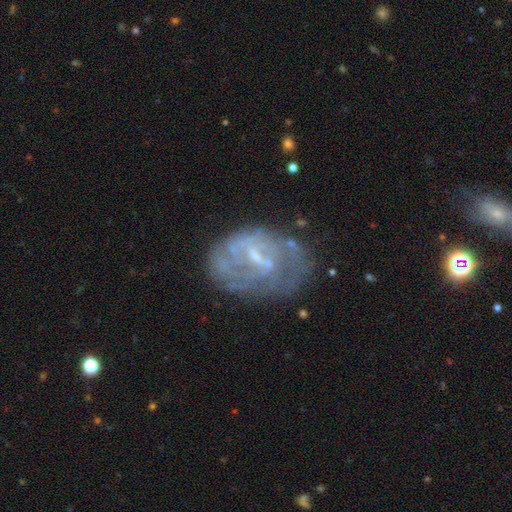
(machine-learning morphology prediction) A featured or disk galaxy (75%) with a weak bar (54%), spiral arms (60%) and a small central bulge (53%).

Vote fractions:
- Smooth or featured? featured or disk: 75% / smooth: 17% / star or artifact: 9%
- Edge-on disk? no: 97% / yes: 3%
- Bar? weak: 54% / strong: 23% / no: 23%
- Spiral arms? yes: 60% / no: 40%
- Bulge size? small: 53% / moderate: 24% / none: 20% / large: 1% / dominant: 1%
- Merging? none: 53% / minor disturbance: 24% / major disturbance: 19% / merger: 4%